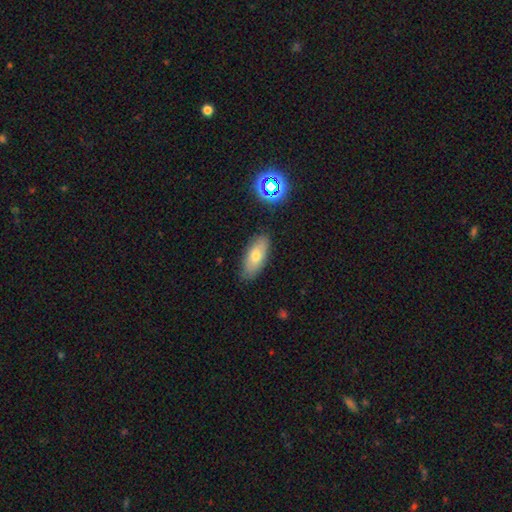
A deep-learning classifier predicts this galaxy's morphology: A smooth galaxy with no disk features (70%) that is in between round and cigar-shaped (83%).

Vote fractions:
- Smooth or featured? smooth: 70% / featured or disk: 20% / star or artifact: 9%
- How rounded? in between: 83% / cigar-shaped: 13% / round: 3%
- Merging? none: 83% / minor disturbance: 13% / major disturbance: 2% / merger: 2%